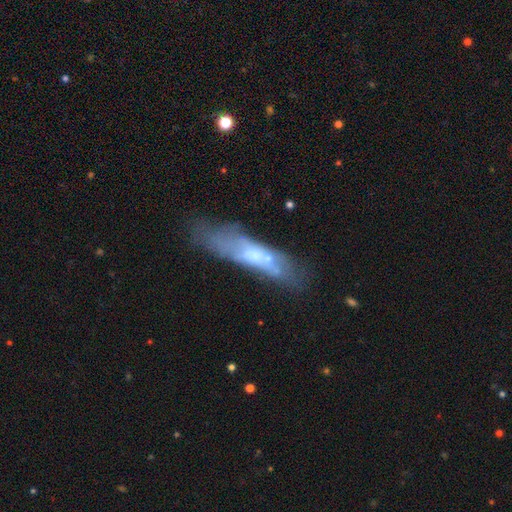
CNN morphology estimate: The model was most divided on "smooth or featured": featured or disk: 48%, smooth: 43%, star or artifact: 9%. Remaining: merging — none (41%).